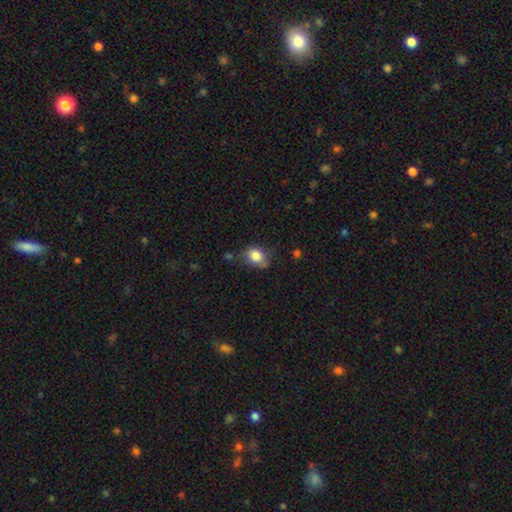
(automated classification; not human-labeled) Smooth or featured? smooth (81%)
How rounded? in between (50%)
Merging? none (57%)